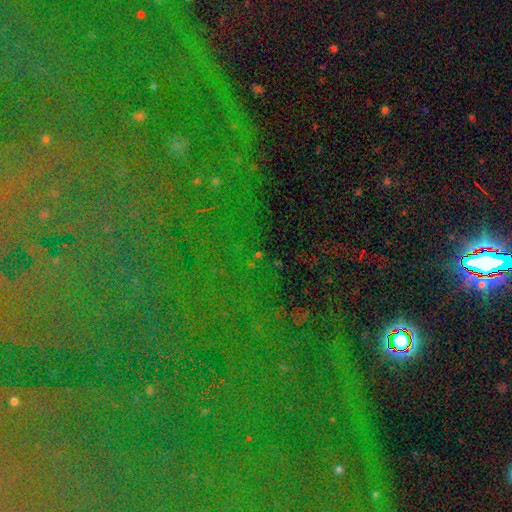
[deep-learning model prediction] Smooth or featured?
  - star or artifact: 83% *
  - featured or disk: 8%
  - smooth: 8%